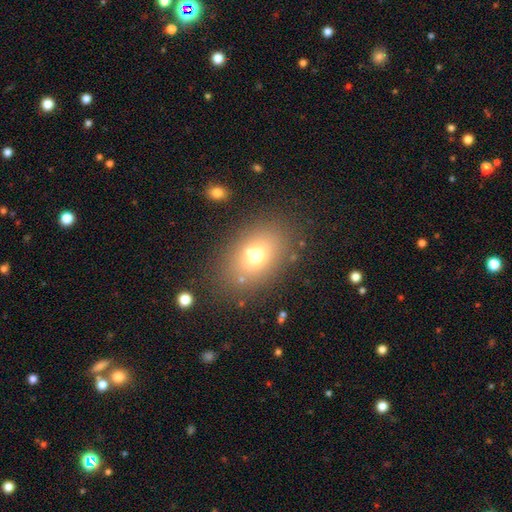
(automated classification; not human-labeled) Smooth or featured? Predicted: smooth (p=0.67). How rounded? Predicted: in between (p=0.72). Merging? Predicted: none (p=0.73).